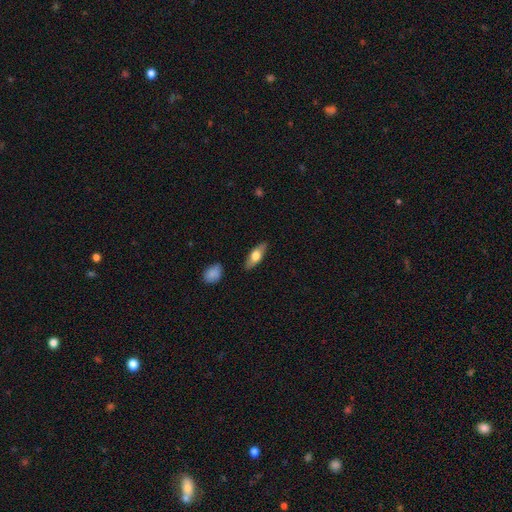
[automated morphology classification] type=smooth (64%); roundness=in between (71%); merging=none (85%).